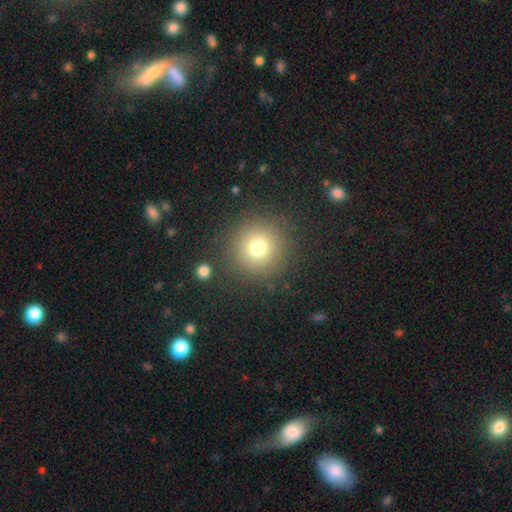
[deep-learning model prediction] Smooth or featured?
  - smooth: 69% *
  - star or artifact: 23%
  - featured or disk: 8%
How rounded?
  - round: 95% *
  - in between: 4%
  - cigar-shaped: 1%
Merging?
  - none: 91% *
  - minor disturbance: 5%
  - major disturbance: 2%
  - merger: 2%